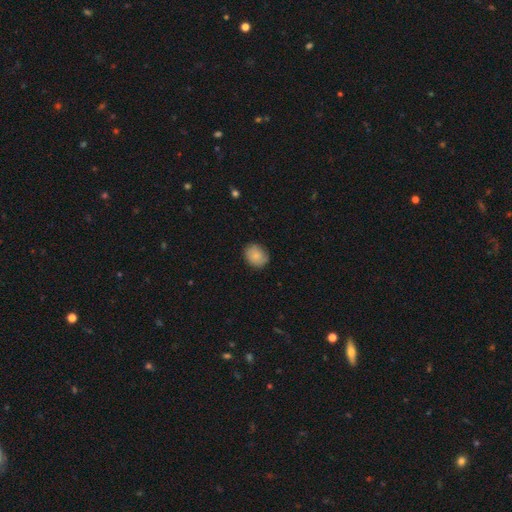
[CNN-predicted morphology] This appears to be a smooth galaxy with no disk features (81%) that is round (59%). Merging: none (82%).